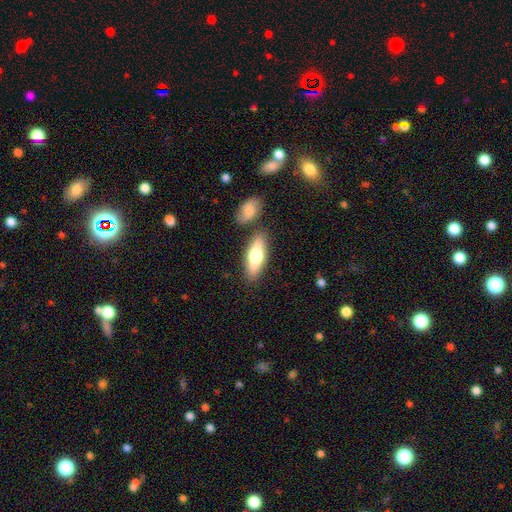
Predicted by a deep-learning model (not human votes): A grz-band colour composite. It shows a smooth galaxy with no disk features (62%) that is in between round and cigar-shaped (63%). Merging: none (79%).